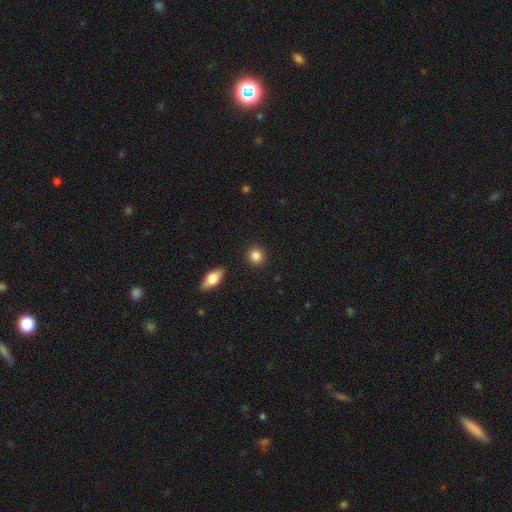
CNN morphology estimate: Smooth or featured? smooth (86%)
How rounded? round (87%)
Merging? none (91%)